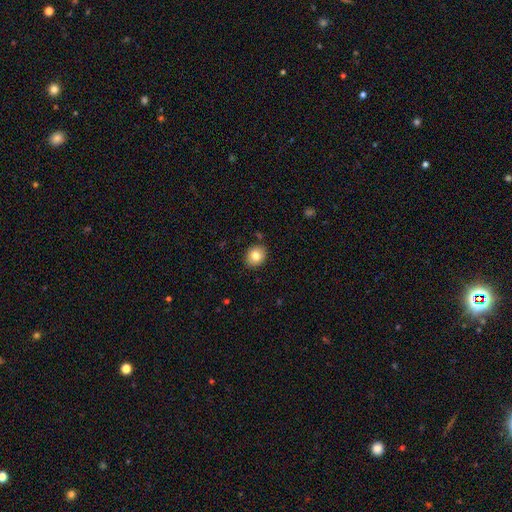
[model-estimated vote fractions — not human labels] This is clearly a smooth galaxy (80%). How rounded: likely round (70%). Merging: clearly none (88%).